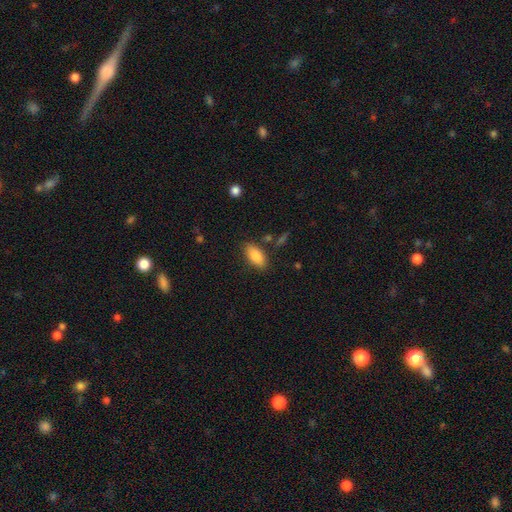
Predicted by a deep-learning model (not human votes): The model was most divided on "merging": none: 82%, minor disturbance: 12%, merger: 3%, major disturbance: 3%. More confident: how rounded — in between (89%); smooth or featured — smooth (86%).